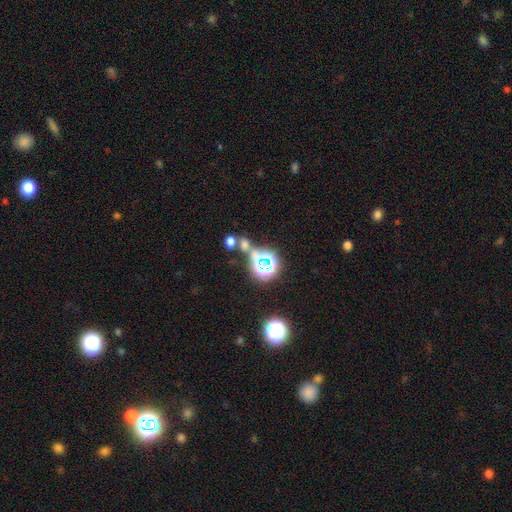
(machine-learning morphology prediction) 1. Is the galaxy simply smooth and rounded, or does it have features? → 64% star or artifact, 26% smooth, 10% featured or disk.